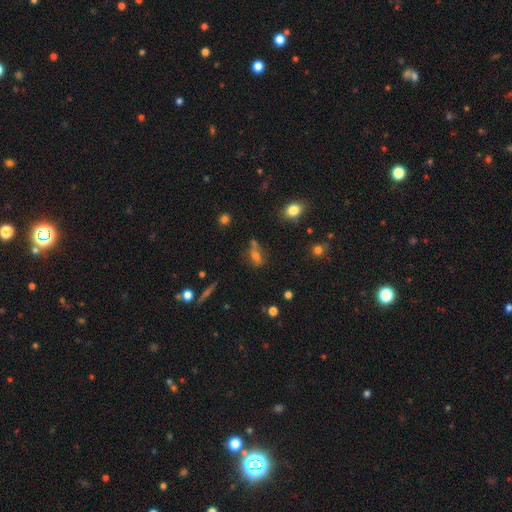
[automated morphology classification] Smooth or featured? smooth (54%)
How rounded? in between (66%)
Merging? none (56%)